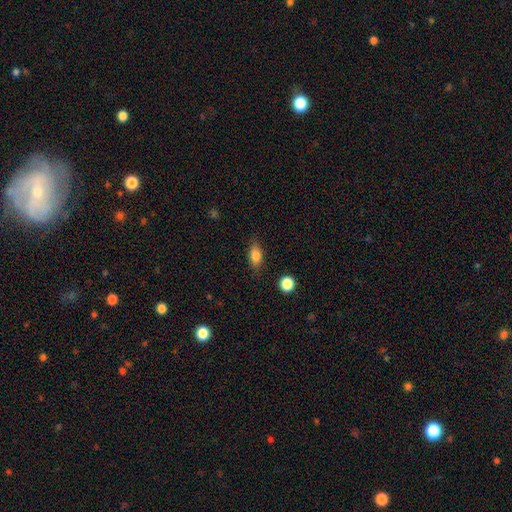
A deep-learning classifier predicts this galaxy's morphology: The model was most divided on "merging": none: 83%, minor disturbance: 12%, major disturbance: 3%, merger: 2%. More confident: how rounded — in between (82%); smooth or featured — smooth (81%).